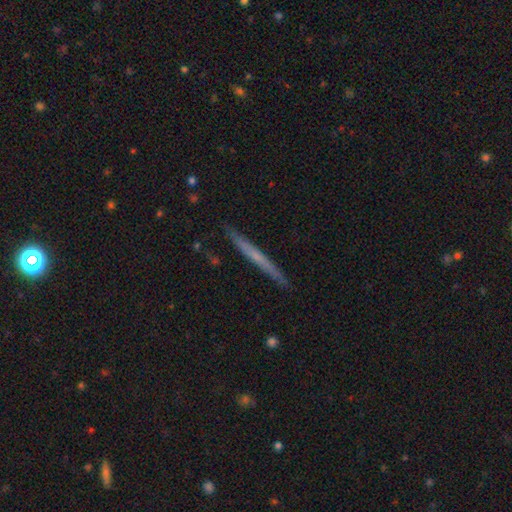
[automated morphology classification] Overall: featured or disk (53%; smooth 41%). Edge-on disk: yes (97%). Edge-on bulge: none (79%). Merging: none (91%).